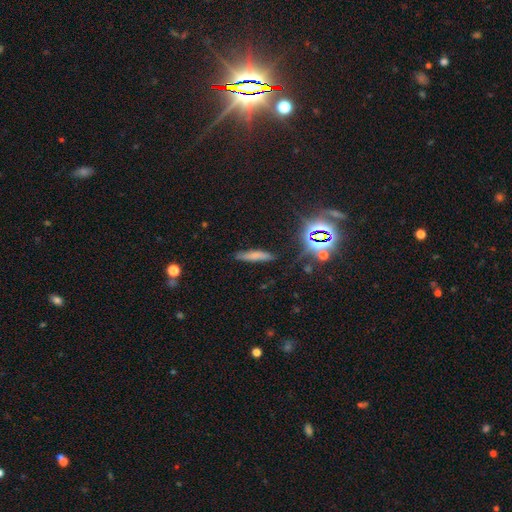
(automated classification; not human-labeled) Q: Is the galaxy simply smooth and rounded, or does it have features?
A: smooth — 64%.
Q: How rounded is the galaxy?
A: cigar-shaped — 84%.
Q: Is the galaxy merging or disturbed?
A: none — 81%.